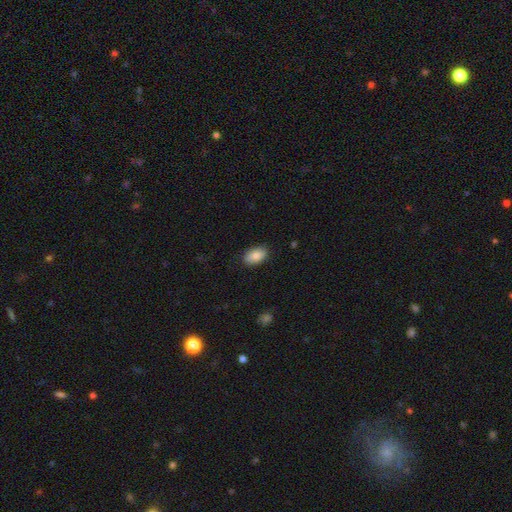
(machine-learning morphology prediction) smooth-or-featured: smooth: 85% | featured or disk: 8% | star or artifact: 7%
  how-rounded: in between: 93% | round: 6% | cigar-shaped: 2%
  merging: none: 87% | minor disturbance: 10% | major disturbance: 2% | merger: 1%